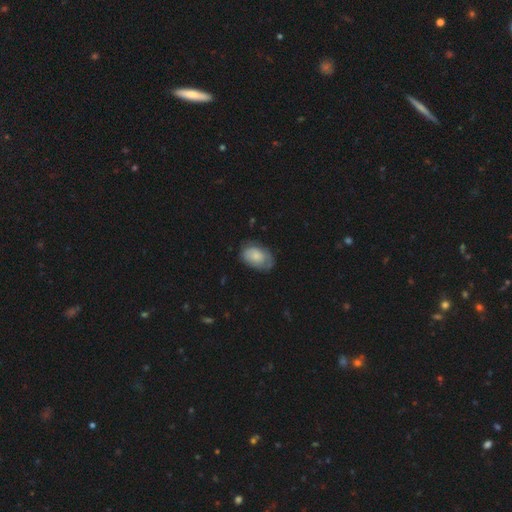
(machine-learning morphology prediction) Smooth or featured? Predicted: smooth (p=0.72). How rounded? Predicted: in between (p=0.88). Merging? Predicted: none (p=0.60).